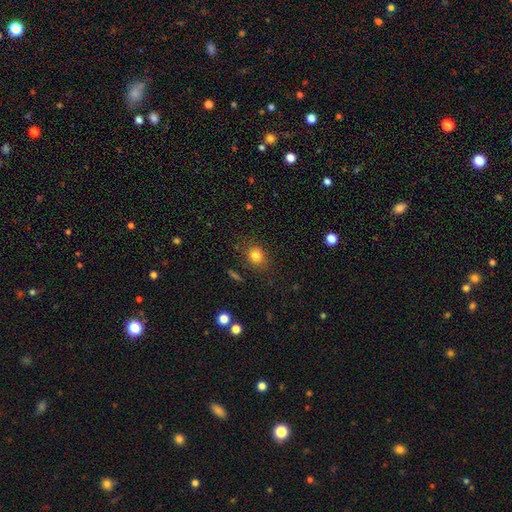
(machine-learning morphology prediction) A smooth galaxy with no disk features (80%) that is round (60%). Merging: none (81%).